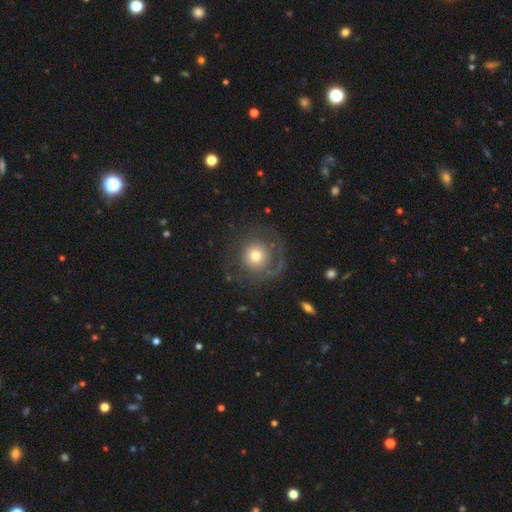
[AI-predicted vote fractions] Smooth or featured? smooth (47%)
Merging? none (63%)